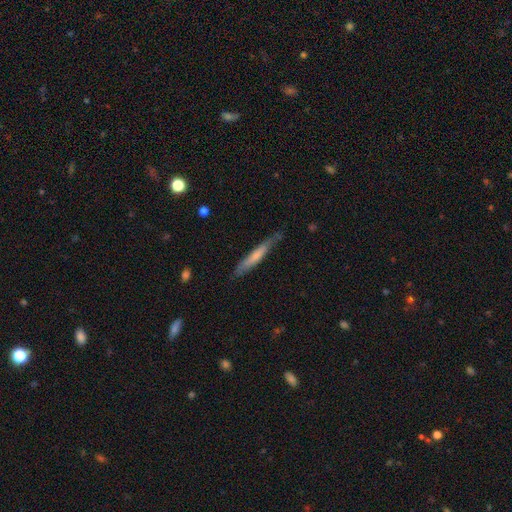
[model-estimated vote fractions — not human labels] Morphology: type=smooth (60%); roundness=cigar-shaped (94%); merging=none (73%).